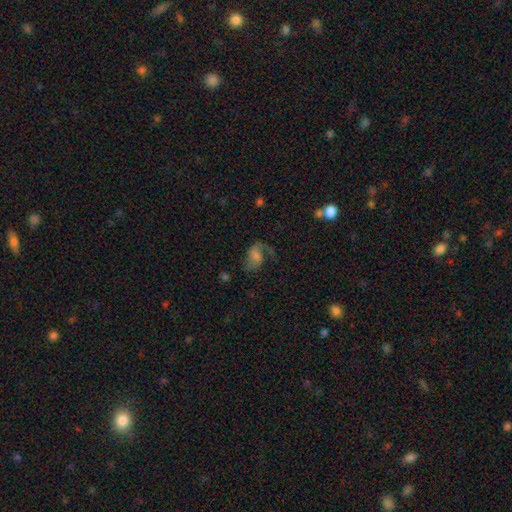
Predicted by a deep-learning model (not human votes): A featured or disk galaxy (67%) with no bar (61%), 2 (59%) loose (54%) spiral arms (91%) and a small central bulge (42%). Merging: none (51%).